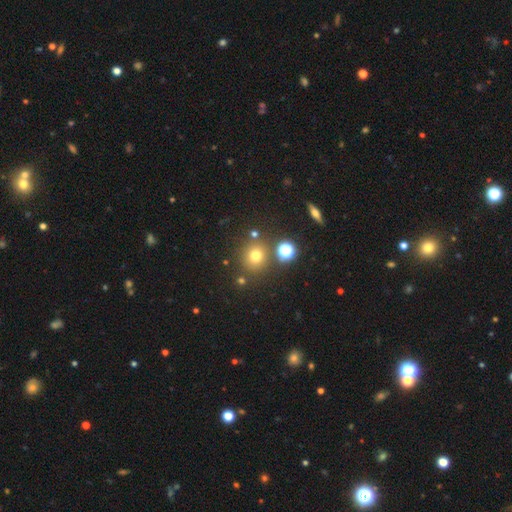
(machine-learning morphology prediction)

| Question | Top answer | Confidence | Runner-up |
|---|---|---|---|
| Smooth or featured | smooth | 70% | star or artifact (21%) |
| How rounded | round | 87% | in between (12%) |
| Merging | none | 80% | minor disturbance (9%) |